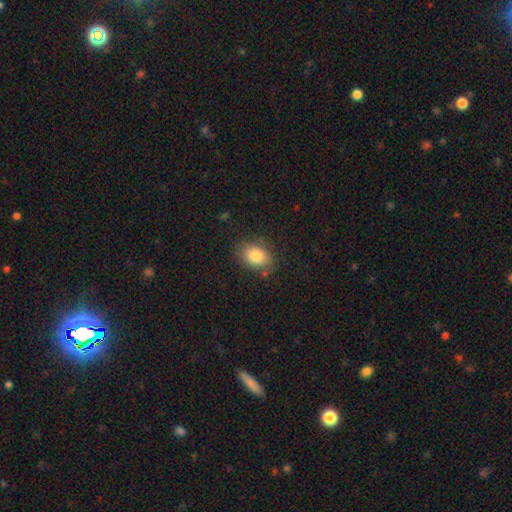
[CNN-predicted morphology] A smooth galaxy with no disk features (82%) that is in between round and cigar-shaped (74%). Merging: none (80%).